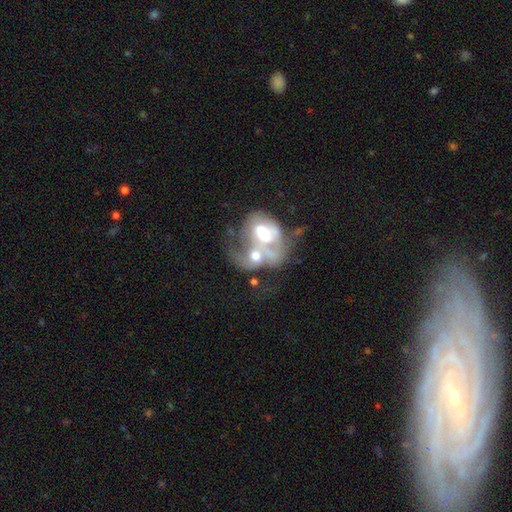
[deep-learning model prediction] The model was most divided on "spiral arms": yes: 57%, no: 43%. More confident: edge-on disk — no (97%); merging — merger (76%); bar — no (67%); bulge size — moderate (66%); smooth or featured — featured or disk (63%).